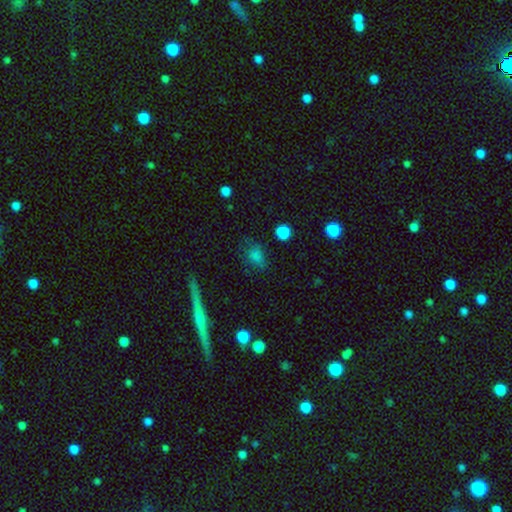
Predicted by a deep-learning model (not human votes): Q: Smooth or featured?
A: smooth (70%); runner-up: star or artifact (16%)
Q: How rounded?
A: in between (55%); runner-up: round (37%)
Q: Merging?
A: none (72%); runner-up: minor disturbance (18%)